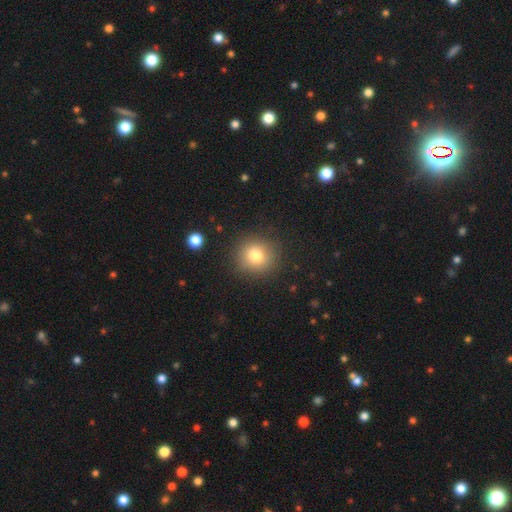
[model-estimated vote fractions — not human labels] A smooth galaxy with no disk features (78%) that is round (88%).

Vote fractions:
- Smooth or featured? smooth: 78% / star or artifact: 12% / featured or disk: 9%
- How rounded? round: 88% / in between: 11% / cigar-shaped: 1%
- Merging? none: 88% / minor disturbance: 8% / major disturbance: 3% / merger: 1%